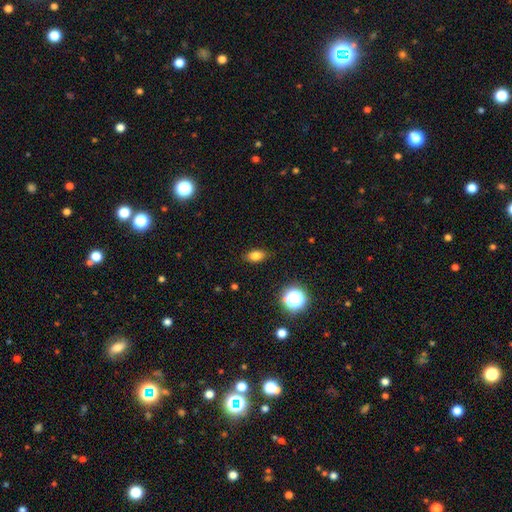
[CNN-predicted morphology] Smooth or featured? Predicted: smooth (p=0.79). How rounded? Predicted: in between (p=0.82). Merging? Predicted: none (p=0.86).